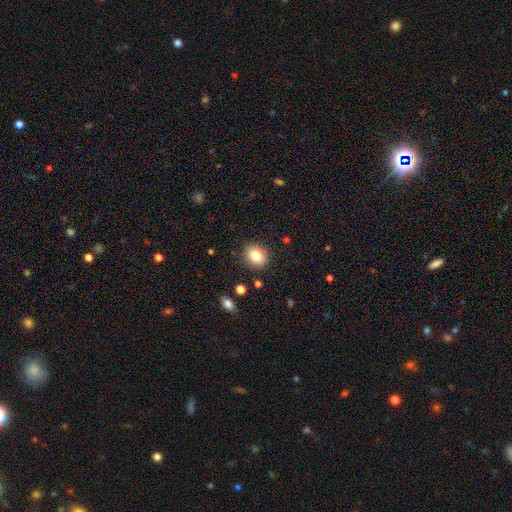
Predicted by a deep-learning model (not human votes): Smooth or featured?
  - smooth: 81% *
  - star or artifact: 10%
  - featured or disk: 9%
How rounded?
  - round: 64% *
  - in between: 35%
  - cigar-shaped: 1%
Merging?
  - none: 88% *
  - minor disturbance: 8%
  - major disturbance: 2%
  - merger: 2%